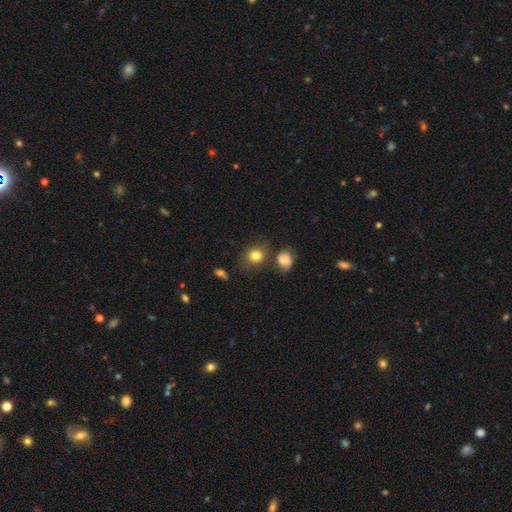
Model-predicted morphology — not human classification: A smooth galaxy with no disk features (80%) that is round (65%). Merging: none (70%).